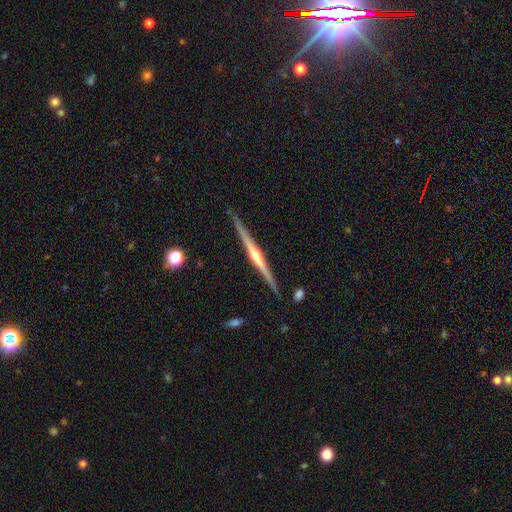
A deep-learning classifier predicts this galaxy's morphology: A featured or disk galaxy (83%) viewed edge-on (99%) with a rounded central bulge (83%). Merging: none (90%).